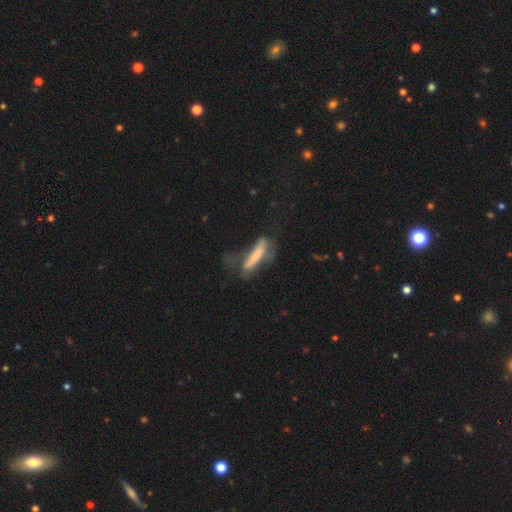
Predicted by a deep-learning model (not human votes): smooth_or_featured: smooth (p=0.60) [alt: featured or disk p=0.31]
how_rounded: cigar-shaped (p=0.84) [alt: in between p=0.14]
merging: none (p=0.38) [alt: major disturbance p=0.32]